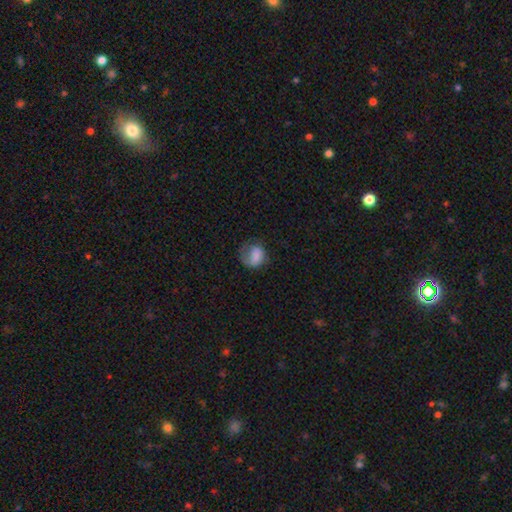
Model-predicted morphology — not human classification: type=smooth (72%); roundness=round (50%); merging=none (39%).